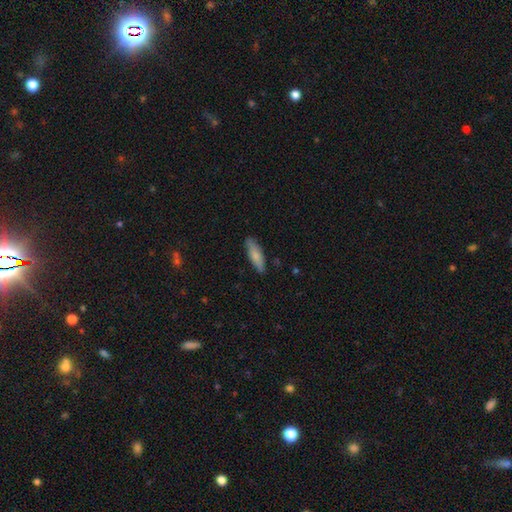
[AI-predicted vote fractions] This appears to be a smooth galaxy with no disk features (80%) that is cigar-shaped (55%). Merging: none (82%).